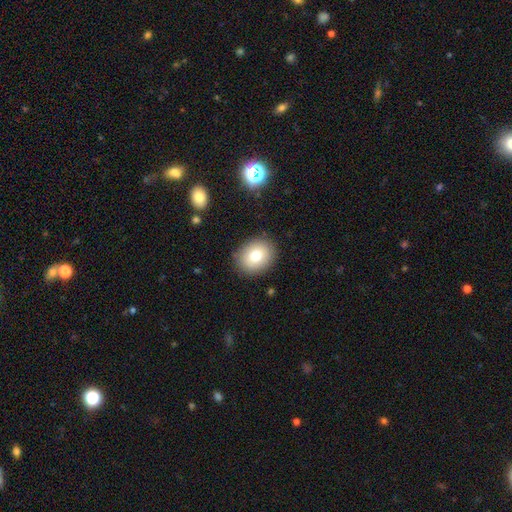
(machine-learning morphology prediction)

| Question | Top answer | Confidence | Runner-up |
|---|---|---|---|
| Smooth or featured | smooth | 77% | featured or disk (13%) |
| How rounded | round | 59% | in between (40%) |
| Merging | none | 88% | minor disturbance (8%) |